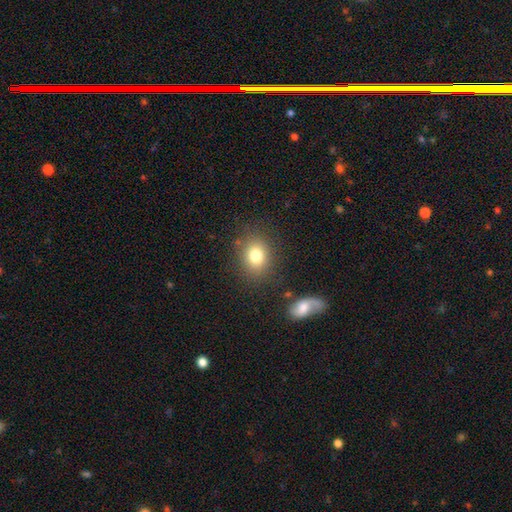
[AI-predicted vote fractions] The model was most divided on "how rounded": round: 54%, in between: 45%, cigar-shaped: 1%. More confident: merging — none (81%); smooth or featured — smooth (79%).